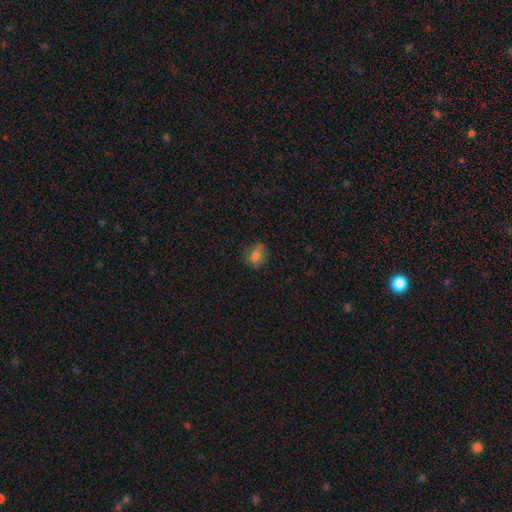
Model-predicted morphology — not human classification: This is likely a smooth galaxy (76%). How rounded: possibly round (52%). Merging: likely none (67%).